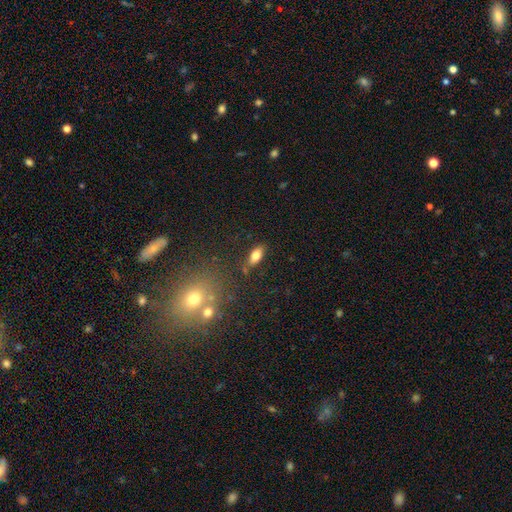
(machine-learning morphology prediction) Smooth or featured?
  - smooth: 77% *
  - featured or disk: 14%
  - star or artifact: 9%
How rounded?
  - in between: 84% *
  - cigar-shaped: 13%
  - round: 3%
Merging?
  - none: 78% *
  - minor disturbance: 13%
  - merger: 4%
  - major disturbance: 4%